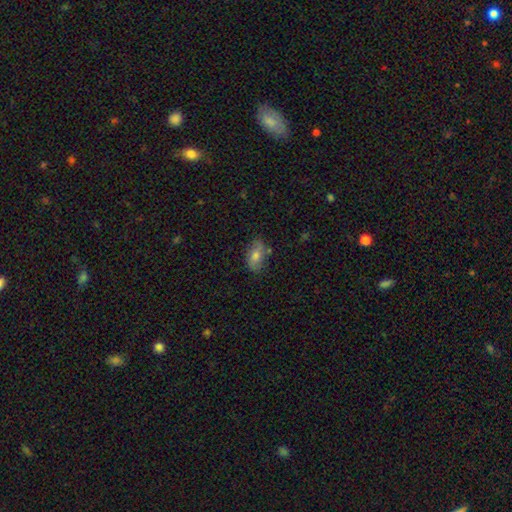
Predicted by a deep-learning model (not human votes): smooth 72%, featured or disk 19%, star or artifact 8%. Down the decision tree: how rounded — in between (89%); merging — none (74%).